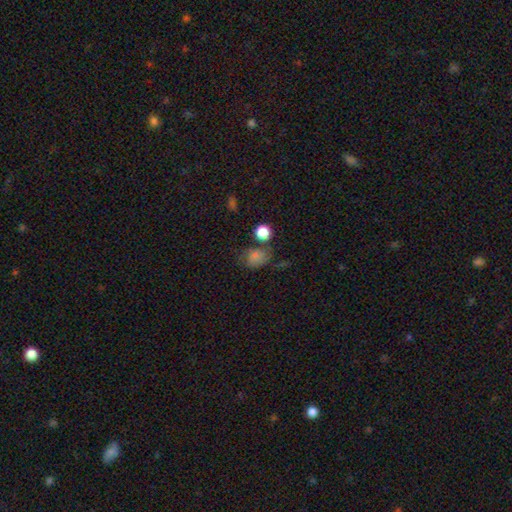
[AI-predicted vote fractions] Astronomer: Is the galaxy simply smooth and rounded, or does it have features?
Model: smooth — 74%.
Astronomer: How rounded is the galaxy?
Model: round — 51% (runner-up: in between, 48%).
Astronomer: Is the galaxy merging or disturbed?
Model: none — 53%.